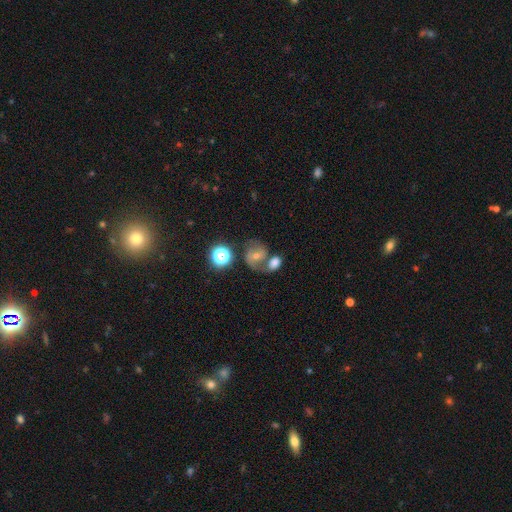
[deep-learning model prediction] featured or disk 54%, smooth 26%, star or artifact 20%. Down the decision tree: edge-on disk — no (96%); bar — no (55%); spiral arms — yes (81%); bulge size — moderate (49%); merging — none (49%).